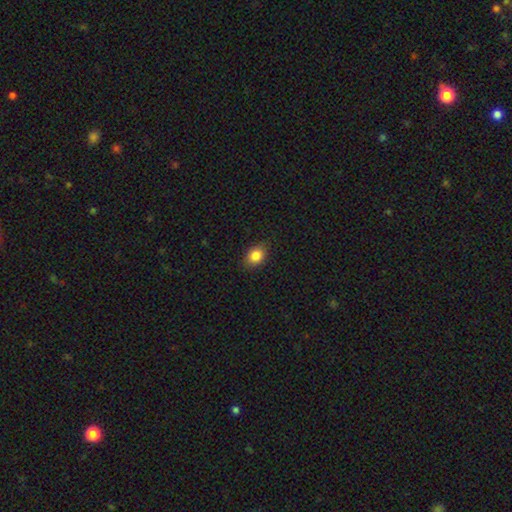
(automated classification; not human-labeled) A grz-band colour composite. It shows a smooth galaxy with no disk features (85%) that is in between round and cigar-shaped (68%). Merging: none (85%).